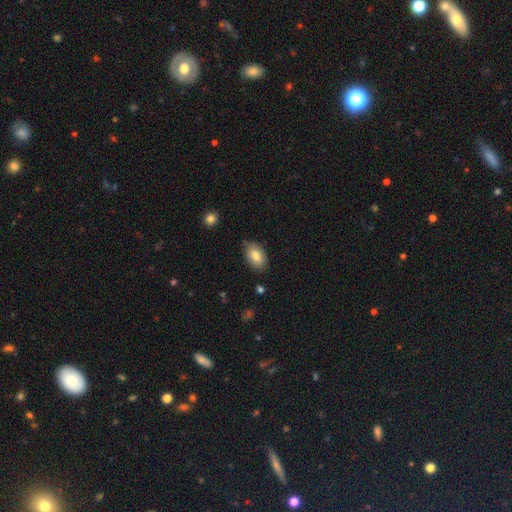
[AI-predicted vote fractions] The model was most divided on "merging": none: 80%, minor disturbance: 16%, major disturbance: 3%, merger: 2%. More confident: how rounded — in between (91%); smooth or featured — smooth (79%).